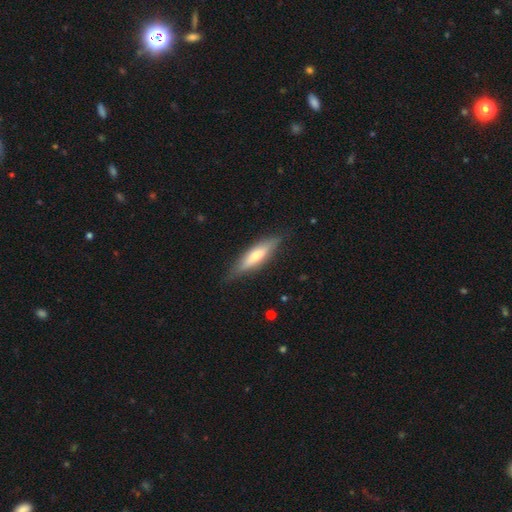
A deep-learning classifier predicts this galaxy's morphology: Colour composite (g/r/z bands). It shows a smooth galaxy with no disk features (54%) that is cigar-shaped (71%). Merging: none (81%).